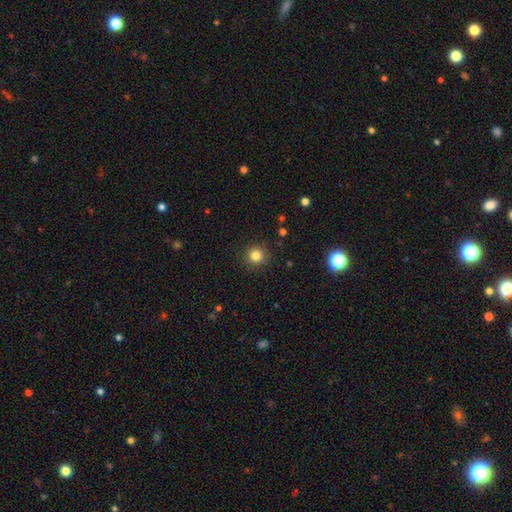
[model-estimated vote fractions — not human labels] This is clearly a smooth galaxy (82%). How rounded: clearly round (93%). Merging: clearly none (91%).